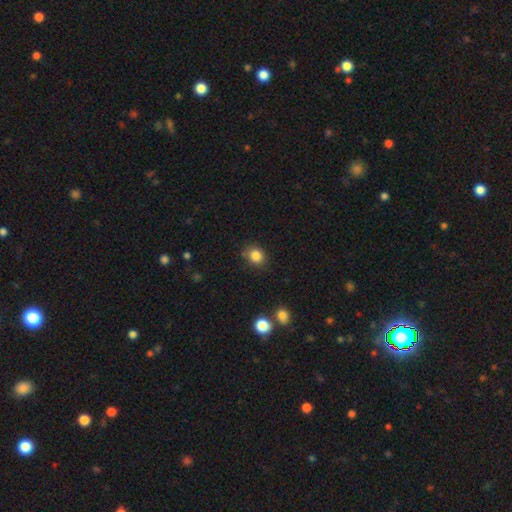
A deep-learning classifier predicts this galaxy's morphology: The model was most divided on "how rounded": round: 71%, in between: 28%, cigar-shaped: 1%. More confident: smooth or featured — smooth (84%); merging — none (79%).